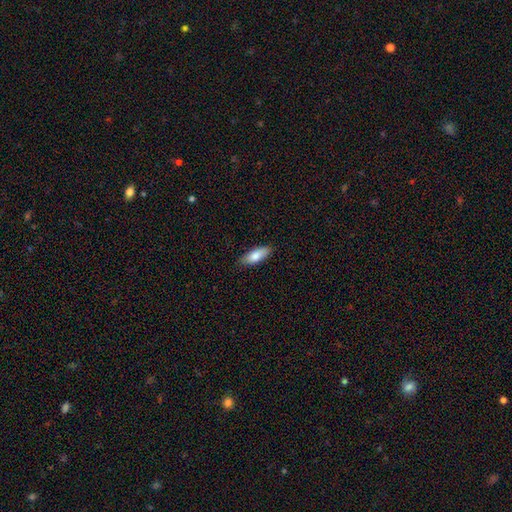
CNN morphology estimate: A smooth galaxy with no disk features (81%) that is in between round and cigar-shaped (70%). Merging: none (85%).